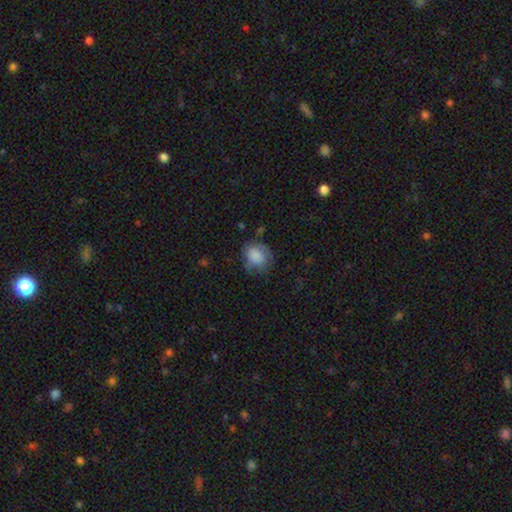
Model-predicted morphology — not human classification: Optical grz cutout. It shows a smooth galaxy with no disk features (78%) that is round (62%). Merging: none (54%).